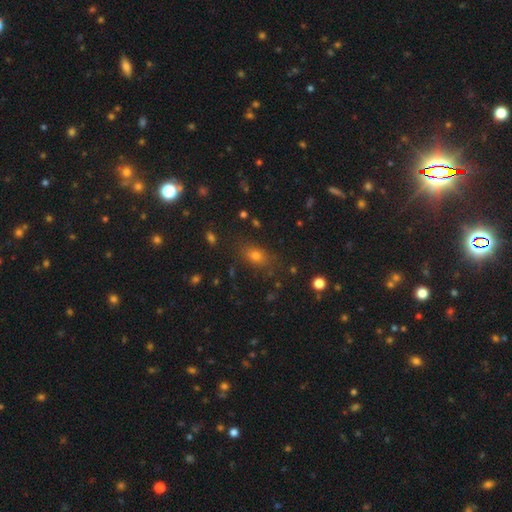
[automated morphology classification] Smooth or featured? Predicted: smooth (p=0.70). How rounded? Predicted: in between (p=0.67). Merging? Predicted: none (p=0.79).